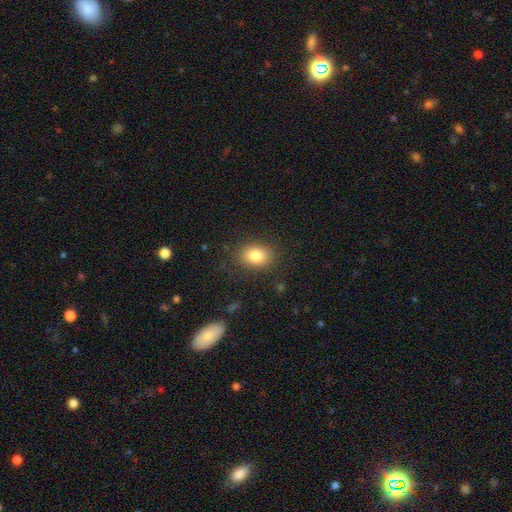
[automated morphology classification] The model was most divided on "how rounded": in between: 67%, round: 32%, cigar-shaped: 1%. More confident: merging — none (85%); smooth or featured — smooth (82%).